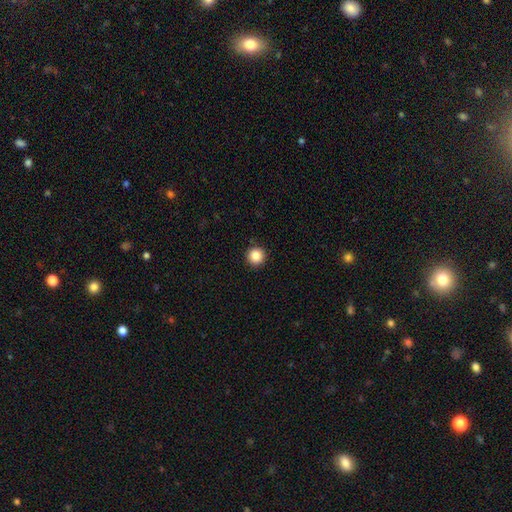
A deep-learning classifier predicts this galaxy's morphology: A smooth galaxy with no disk features (87%) that is round (96%).

Vote fractions:
- Smooth or featured? smooth: 87% / star or artifact: 10% / featured or disk: 4%
- How rounded? round: 96% / in between: 3% / cigar-shaped: 1%
- Merging? none: 92% / minor disturbance: 5% / major disturbance: 2% / merger: 1%